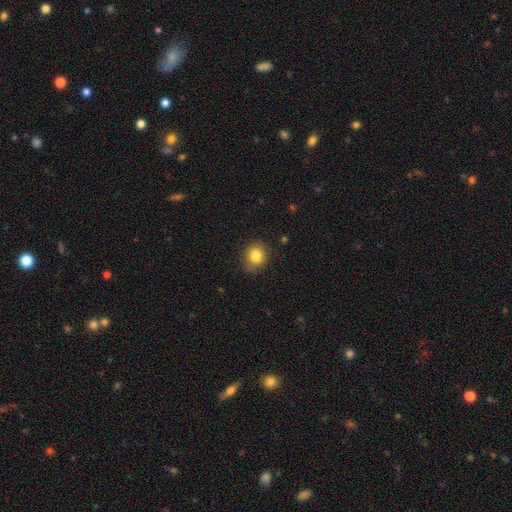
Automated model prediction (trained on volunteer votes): This is clearly a smooth galaxy (83%). How rounded: likely round (69%). Merging: clearly none (83%).